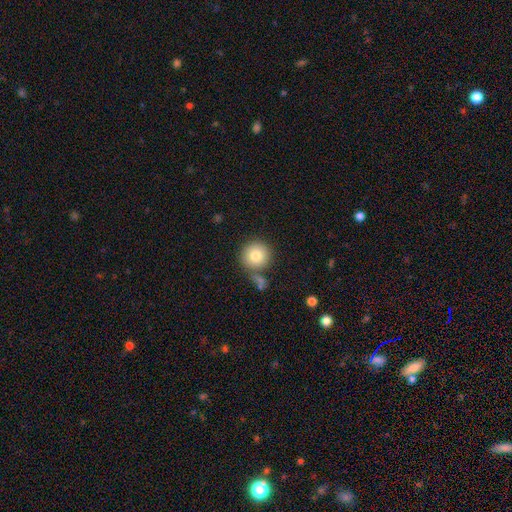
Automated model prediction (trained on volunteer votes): Q: Smooth or featured?
A: smooth (81%); runner-up: featured or disk (10%)
Q: How rounded?
A: round (94%); runner-up: in between (5%)
Q: Merging?
A: none (72%); runner-up: merger (13%)